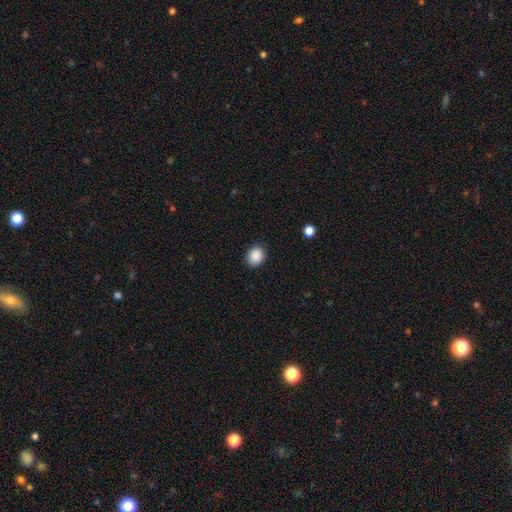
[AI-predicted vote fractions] Q: Smooth or featured?
A: smooth (89%); runner-up: star or artifact (8%)
Q: How rounded?
A: round (60%); runner-up: in between (40%)
Q: Merging?
A: none (88%); runner-up: minor disturbance (8%)